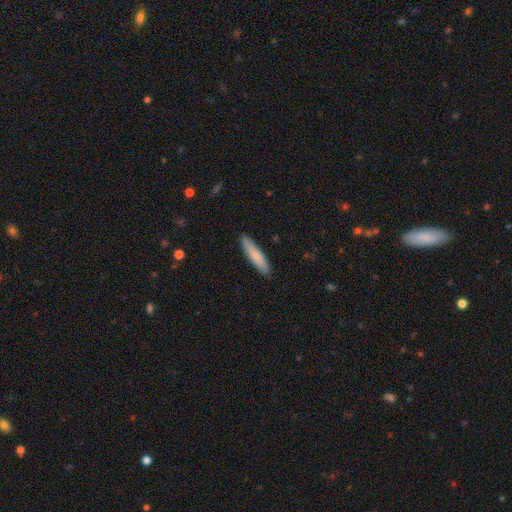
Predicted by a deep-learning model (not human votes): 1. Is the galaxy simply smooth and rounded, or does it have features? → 77% smooth, 18% featured or disk, 5% star or artifact.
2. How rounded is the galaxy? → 84% cigar-shaped, 15% in between, 1% round.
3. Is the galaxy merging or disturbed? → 88% none, 9% minor disturbance, 2% major disturbance, 1% merger.